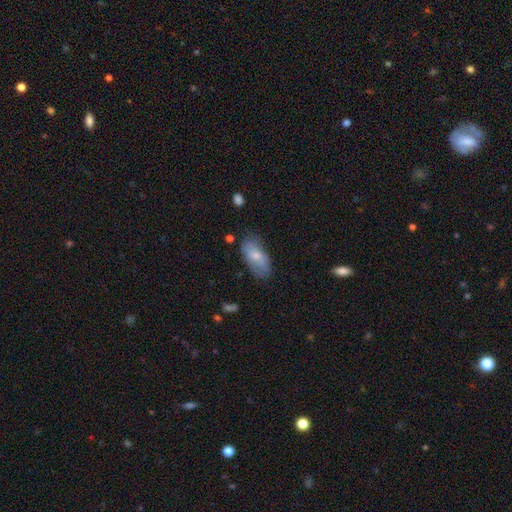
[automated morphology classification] Q: Smooth or featured?
A: smooth (69%); runner-up: featured or disk (25%)
Q: How rounded?
A: in between (91%); runner-up: cigar-shaped (6%)
Q: Merging?
A: none (67%); runner-up: minor disturbance (24%)